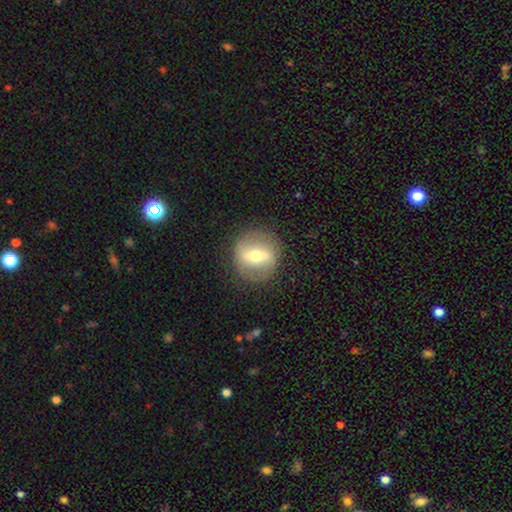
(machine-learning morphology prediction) Smooth or featured: featured or disk — 61% (smooth — 32%)
Edge-on disk: no — 81% (yes — 19%)
Merging: none — 84% (minor disturbance — 10%)